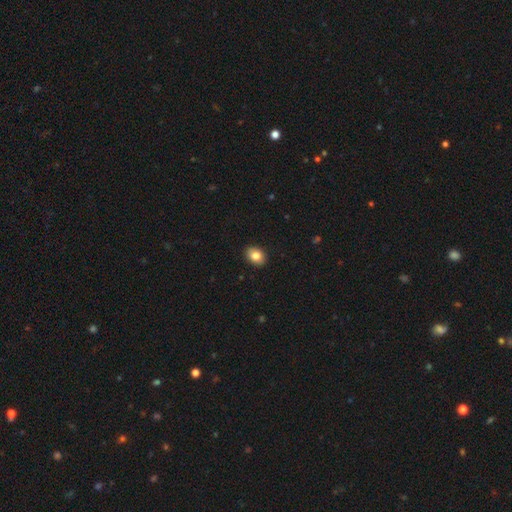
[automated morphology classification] A smooth galaxy with no disk features (83%) that is in between round and cigar-shaped (63%).

Vote fractions:
- Smooth or featured? smooth: 83% / star or artifact: 9% / featured or disk: 8%
- How rounded? in between: 63% / round: 36% / cigar-shaped: 1%
- Merging? none: 91% / minor disturbance: 7% / major disturbance: 2% / merger: 1%